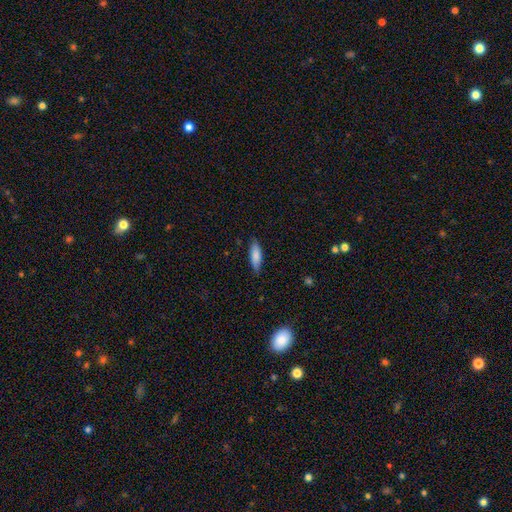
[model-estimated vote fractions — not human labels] The model was most divided on "how rounded": in between: 52%, cigar-shaped: 47%, round: 2%. More confident: merging — none (82%); smooth or featured — smooth (81%).